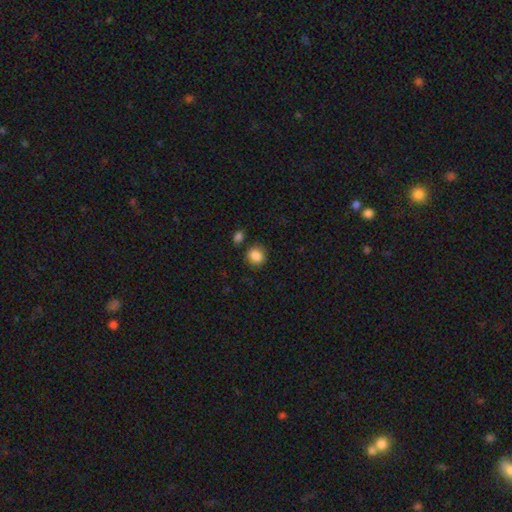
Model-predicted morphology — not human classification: type=smooth (87%); roundness=round (77%); merging=none (80%).